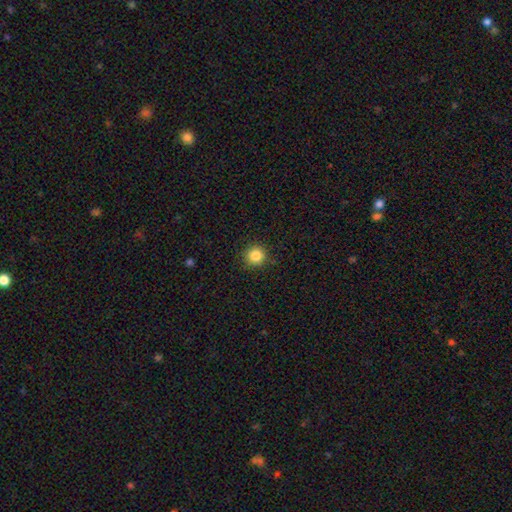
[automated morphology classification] A smooth galaxy with no disk features (85%) that is round (95%).

Vote fractions:
- Smooth or featured? smooth: 85% / star or artifact: 11% / featured or disk: 5%
- How rounded? round: 95% / in between: 4% / cigar-shaped: 1%
- Merging? none: 91% / minor disturbance: 6% / major disturbance: 2% / merger: 1%